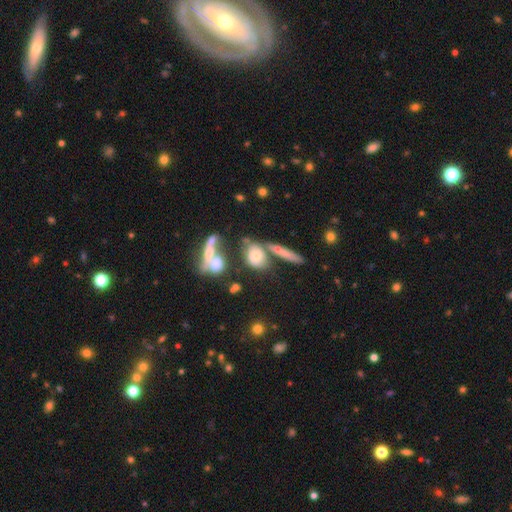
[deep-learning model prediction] Smooth or featured? Predicted: smooth (p=0.60). How rounded? Predicted: in between (p=0.53). Merging? Predicted: none (p=0.39).